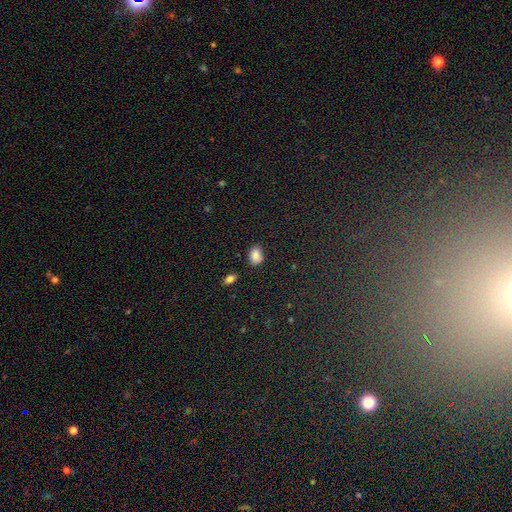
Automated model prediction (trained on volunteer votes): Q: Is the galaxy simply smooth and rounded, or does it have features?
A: smooth — 87%.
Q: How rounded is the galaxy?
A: in between — 76%.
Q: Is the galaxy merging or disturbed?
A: none — 83%.